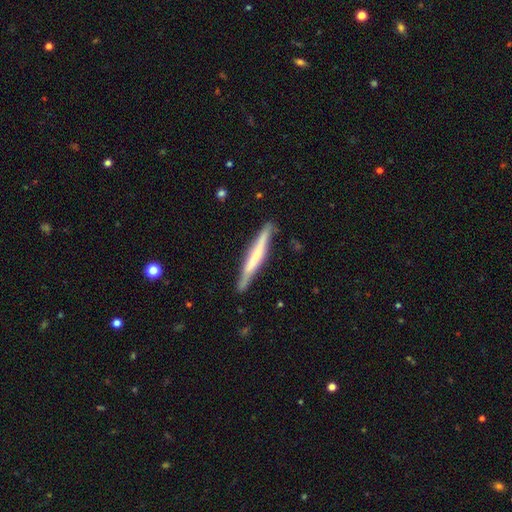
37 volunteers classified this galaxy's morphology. smooth-or-featured: featured or disk: 78% | smooth: 14% | star or artifact: 8%
  disk-edge-on: yes: 97% | no: 3%
    edge-on-bulge: none: 46% | boxy: 32% | rounded: 21%
  merging: none: 94% | minor disturbance: 6% | major disturbance: 0% | merger: 0%